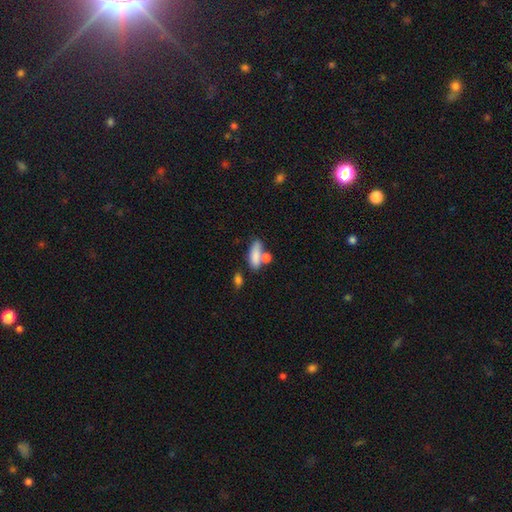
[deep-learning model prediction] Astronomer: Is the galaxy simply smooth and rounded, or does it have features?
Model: smooth — 81%.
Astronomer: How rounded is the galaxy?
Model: in between — 73%.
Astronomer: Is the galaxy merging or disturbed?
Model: none — 43% (runner-up: merger, 36%).